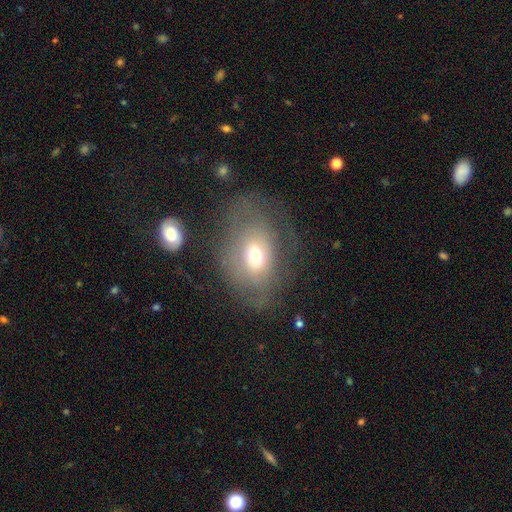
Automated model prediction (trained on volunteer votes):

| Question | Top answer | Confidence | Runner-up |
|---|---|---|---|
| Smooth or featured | smooth | 54% | featured or disk (33%) |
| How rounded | in between | 62% | round (36%) |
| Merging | none | 46% | major disturbance (29%) |